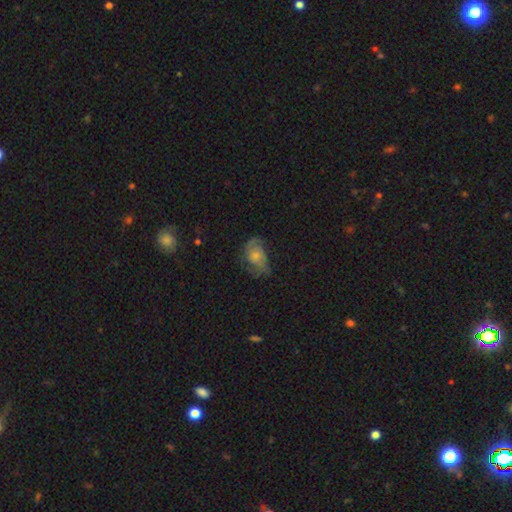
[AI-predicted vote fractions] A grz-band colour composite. It shows a featured or disk galaxy (60%) with no bar (78%), spiral arms (85%) and a moderate central bulge (46%). Merging: none (57%).